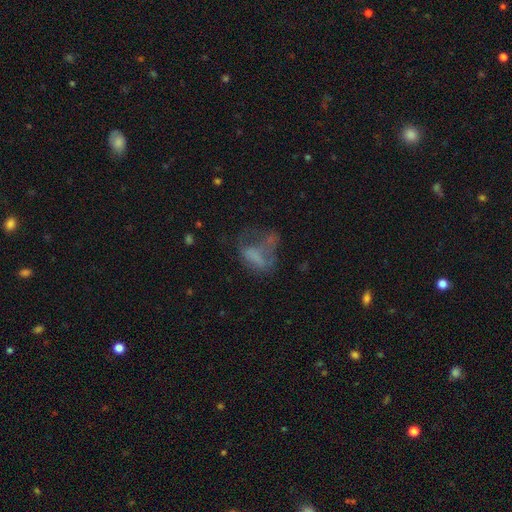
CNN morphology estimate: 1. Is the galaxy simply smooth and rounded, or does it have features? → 50% smooth, 33% featured or disk, 17% star or artifact.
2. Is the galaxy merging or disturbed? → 48% major disturbance, 24% none, 18% minor disturbance, 10% merger.